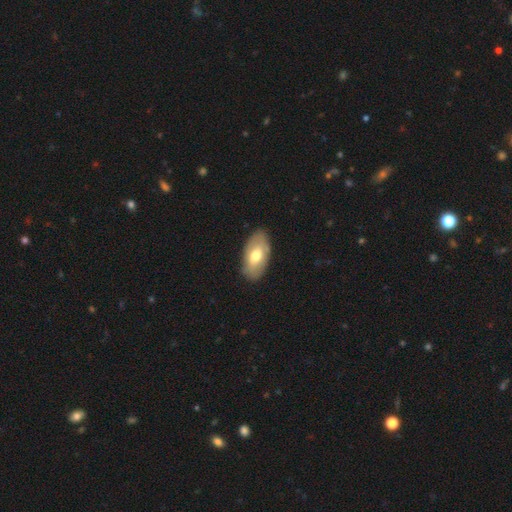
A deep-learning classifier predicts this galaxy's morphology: type=smooth (65%); roundness=in between (94%); merging=none (81%).